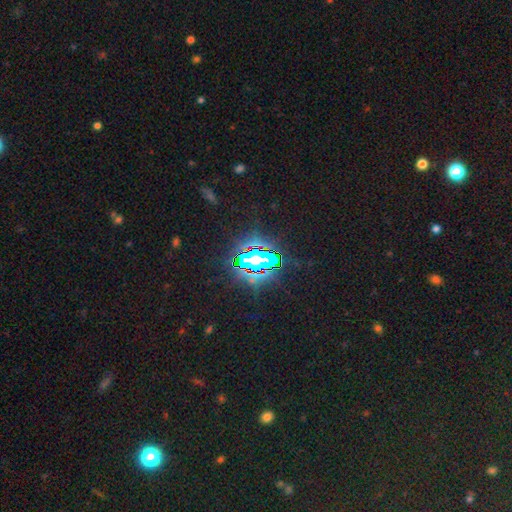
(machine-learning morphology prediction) This appears to be a star or artifact, not a galaxy (79%).